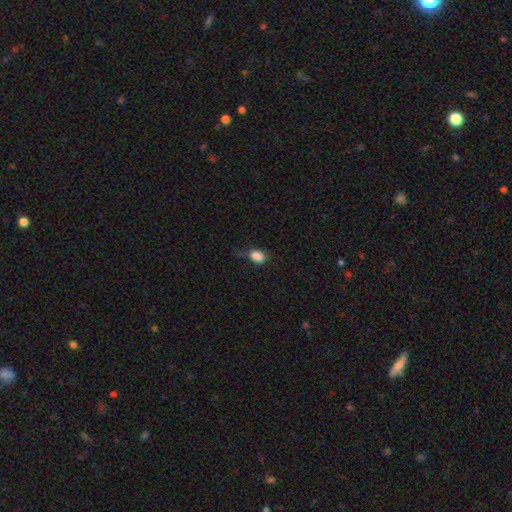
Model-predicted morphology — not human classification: This appears to be a smooth galaxy with no disk features (85%) that is in between round and cigar-shaped (68%). Merging: none (42%).